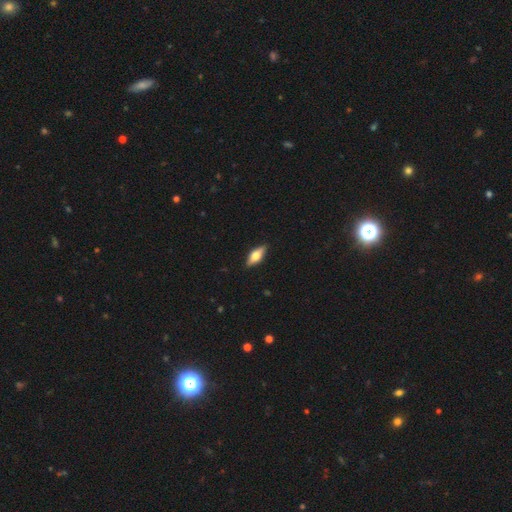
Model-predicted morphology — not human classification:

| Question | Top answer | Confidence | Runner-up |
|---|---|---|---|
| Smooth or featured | smooth | 54% | featured or disk (40%) |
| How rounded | in between | 72% | cigar-shaped (25%) |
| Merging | none | 88% | minor disturbance (9%) |